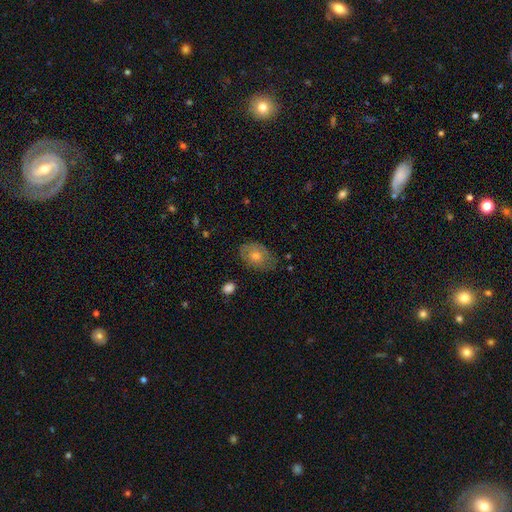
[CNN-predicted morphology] Smooth or featured? Predicted: featured or disk (p=0.46). Merging? Predicted: none (p=0.71).